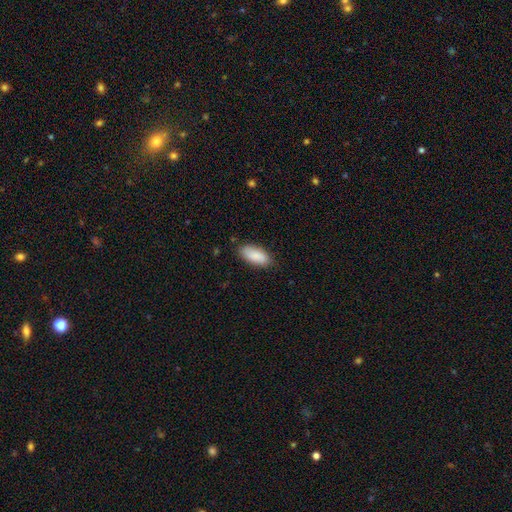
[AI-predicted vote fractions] A smooth galaxy with no disk features (89%) that is in between round and cigar-shaped (87%). Merging: none (84%).